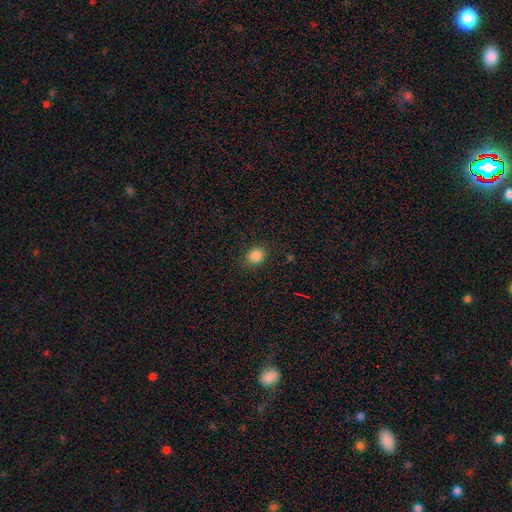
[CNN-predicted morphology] Q: Smooth or featured?
A: smooth (86%); runner-up: star or artifact (11%)
Q: How rounded?
A: round (60%); runner-up: in between (39%)
Q: Merging?
A: none (85%); runner-up: minor disturbance (10%)